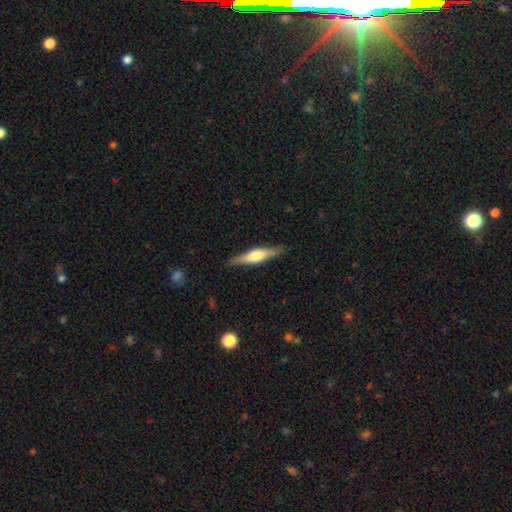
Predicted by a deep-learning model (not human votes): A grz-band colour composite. It shows a featured or disk galaxy (58%) viewed edge-on (96%) with a rounded central bulge (80%). Merging: none (87%).